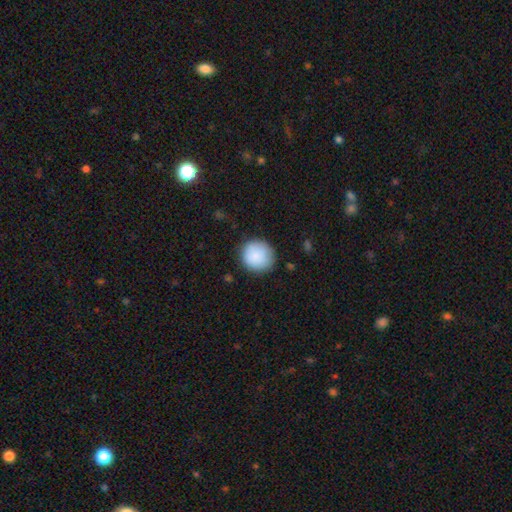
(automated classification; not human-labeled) Morphology: type=smooth (88%); roundness=round (92%); merging=none (84%).